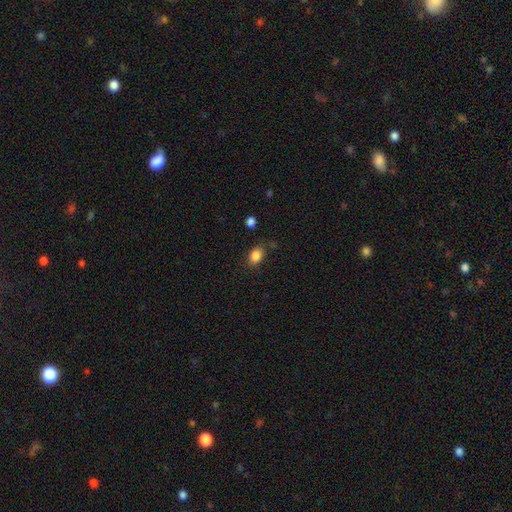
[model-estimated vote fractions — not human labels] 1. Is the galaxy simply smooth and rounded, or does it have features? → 86% smooth, 9% star or artifact, 5% featured or disk.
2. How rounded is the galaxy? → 75% in between, 24% round, 1% cigar-shaped.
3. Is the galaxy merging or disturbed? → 76% none, 16% minor disturbance, 4% major disturbance, 3% merger.